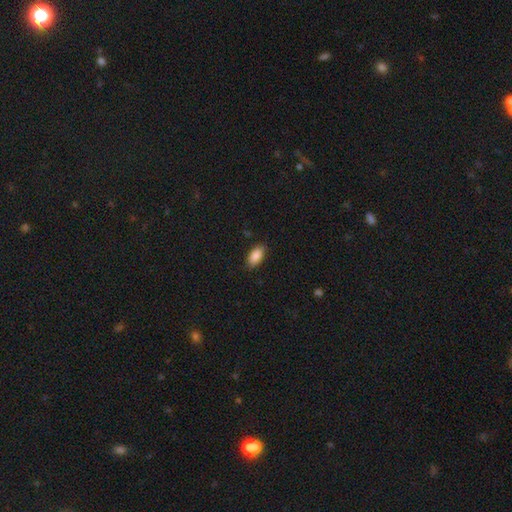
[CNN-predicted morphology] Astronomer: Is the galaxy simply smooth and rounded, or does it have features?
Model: smooth — 88%.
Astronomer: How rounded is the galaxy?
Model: in between — 91%.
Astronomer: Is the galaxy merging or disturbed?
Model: none — 85%.